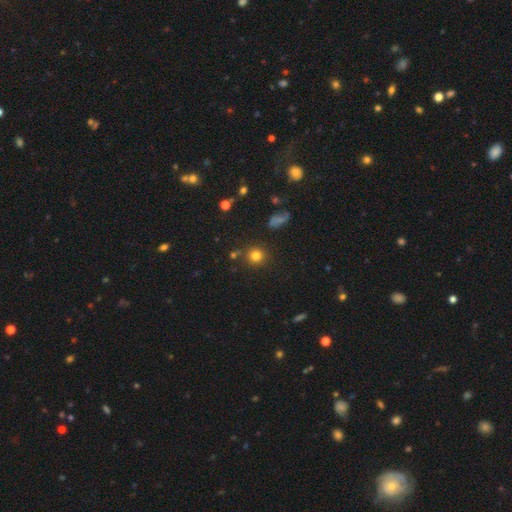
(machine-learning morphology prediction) smooth_or_featured: smooth (p=0.78) [alt: star or artifact p=0.15]
how_rounded: round (p=0.91) [alt: in between p=0.08]
merging: none (p=0.81) [alt: minor disturbance p=0.09]